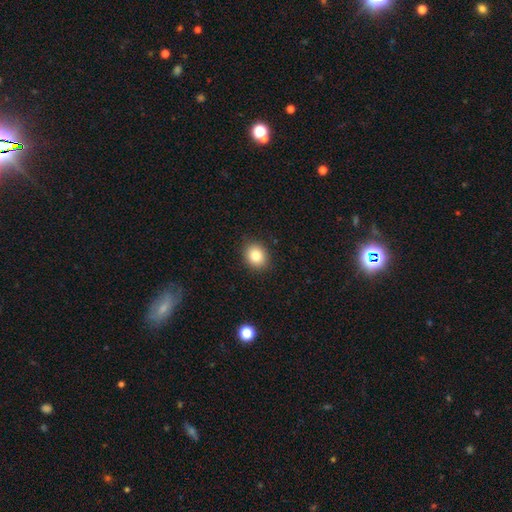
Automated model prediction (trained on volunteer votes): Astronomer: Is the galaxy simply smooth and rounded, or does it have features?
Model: smooth — 83%.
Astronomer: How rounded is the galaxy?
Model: round — 63%.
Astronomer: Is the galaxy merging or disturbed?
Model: none — 89%.